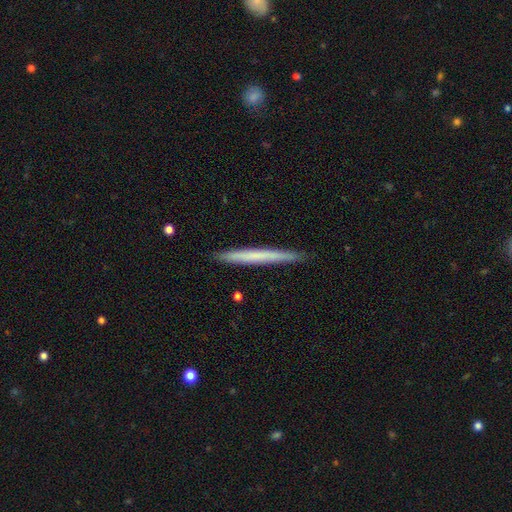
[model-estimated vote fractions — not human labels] Smooth or featured? smooth (60%)
How rounded? cigar-shaped (97%)
Merging? none (91%)